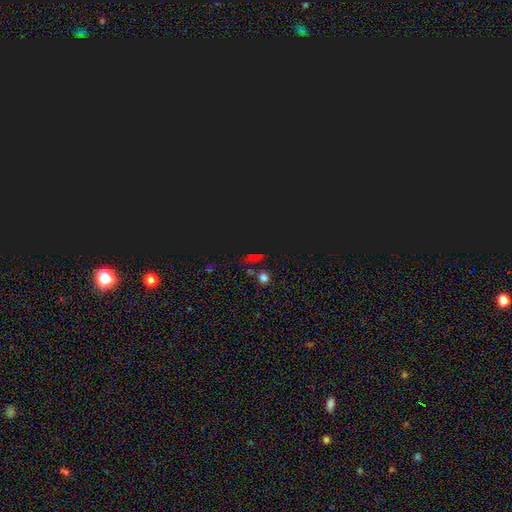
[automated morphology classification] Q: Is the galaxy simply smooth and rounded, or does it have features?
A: star or artifact — 64%.